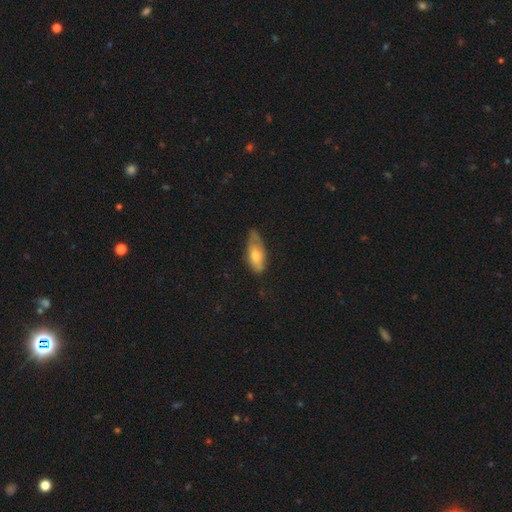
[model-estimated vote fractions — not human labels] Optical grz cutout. It shows a smooth galaxy with no disk features (60%) that is in between round and cigar-shaped (75%). Merging: none (58%).